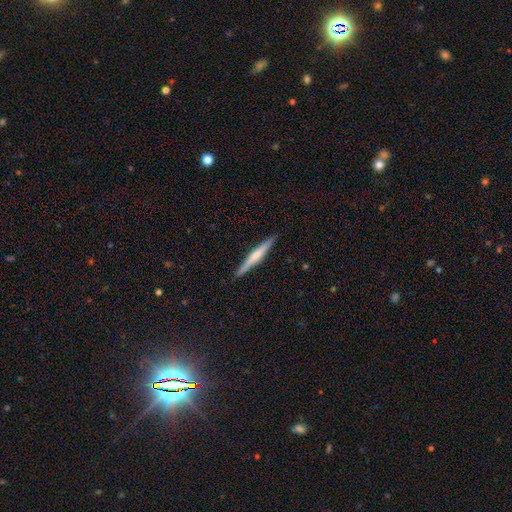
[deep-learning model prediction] Overall: featured or disk (53%; smooth 42%). Edge-on disk: yes (98%). Edge-on bulge: rounded (49%; none 36%). Merging: none (91%).